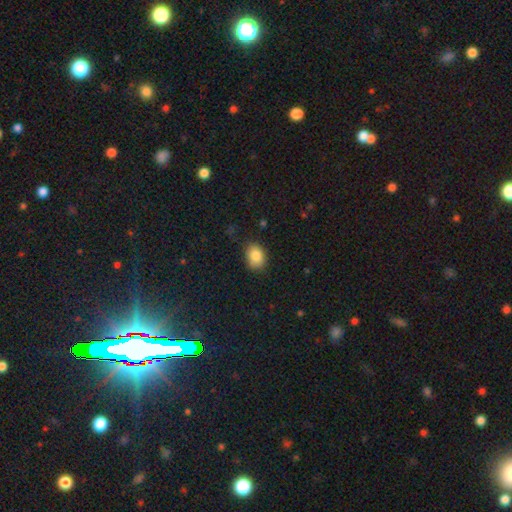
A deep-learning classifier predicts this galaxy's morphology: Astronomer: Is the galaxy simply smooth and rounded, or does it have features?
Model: smooth — 85%.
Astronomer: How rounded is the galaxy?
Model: in between — 68%.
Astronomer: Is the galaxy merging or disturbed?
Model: none — 81%.